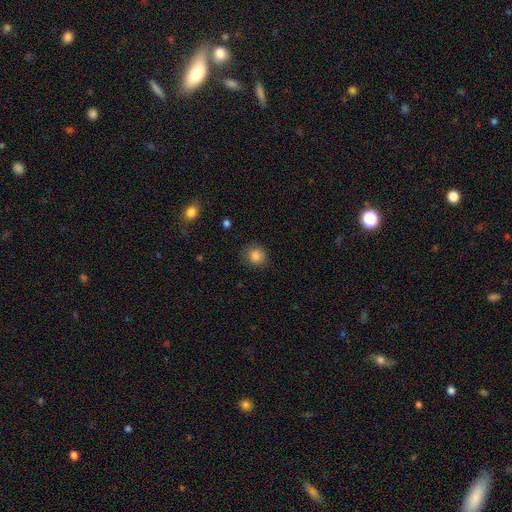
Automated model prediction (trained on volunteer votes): Overall: smooth (85%). How rounded: round (86%). Merging: none (83%).